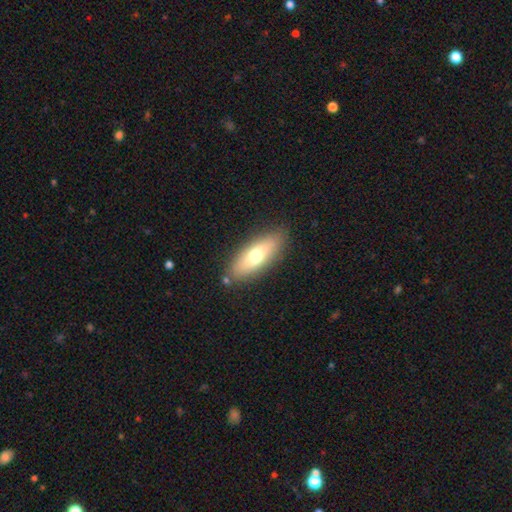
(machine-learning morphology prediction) Smooth or featured? smooth (66%)
How rounded? in between (64%)
Merging? none (84%)